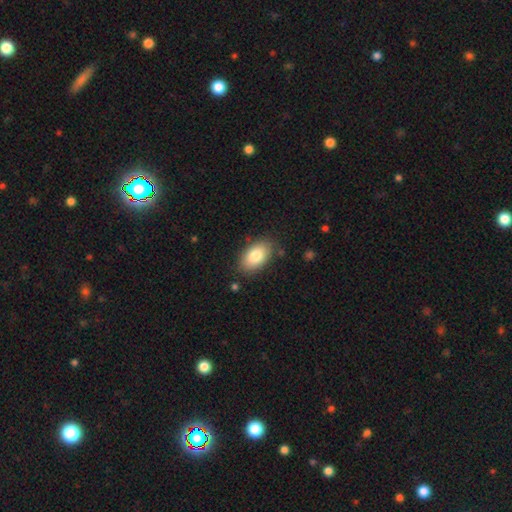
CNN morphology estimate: The model was most divided on "smooth or featured": smooth: 81%, featured or disk: 12%, star or artifact: 7%. More confident: how rounded — in between (91%); merging — none (82%).